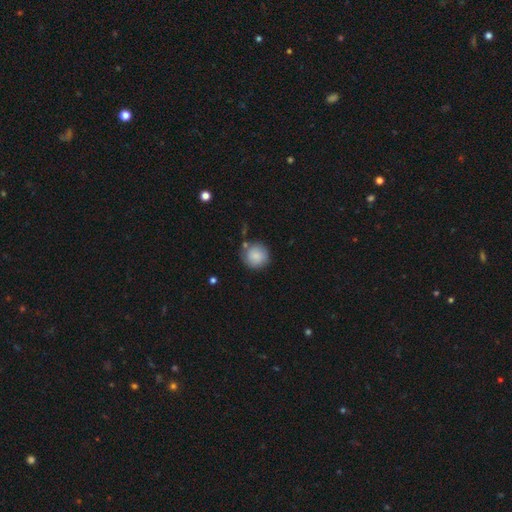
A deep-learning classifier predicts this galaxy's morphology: Smooth or featured?
  - smooth: 86% *
  - star or artifact: 7%
  - featured or disk: 7%
How rounded?
  - round: 93% *
  - in between: 6%
  - cigar-shaped: 1%
Merging?
  - none: 75% *
  - minor disturbance: 14%
  - merger: 7%
  - major disturbance: 4%